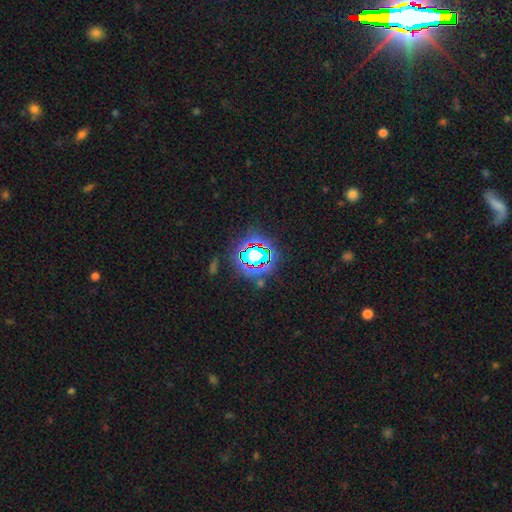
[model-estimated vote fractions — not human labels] Smooth or featured?
  - star or artifact: 82% *
  - smooth: 11%
  - featured or disk: 7%